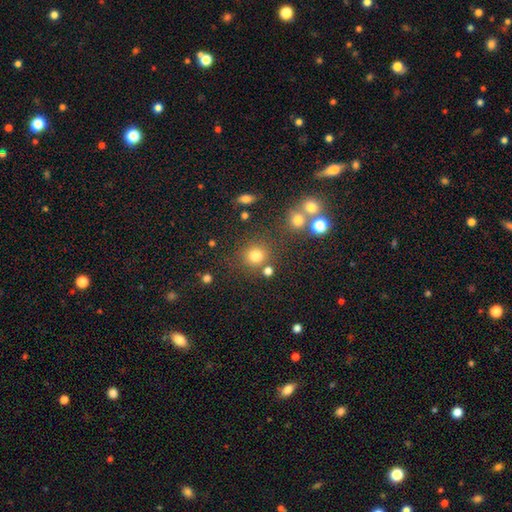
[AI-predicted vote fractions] smooth-or-featured: smooth: 77% | star or artifact: 16% | featured or disk: 7%
  how-rounded: round: 89% | in between: 10% | cigar-shaped: 1%
  merging: none: 78% | minor disturbance: 9% | merger: 9% | major disturbance: 4%